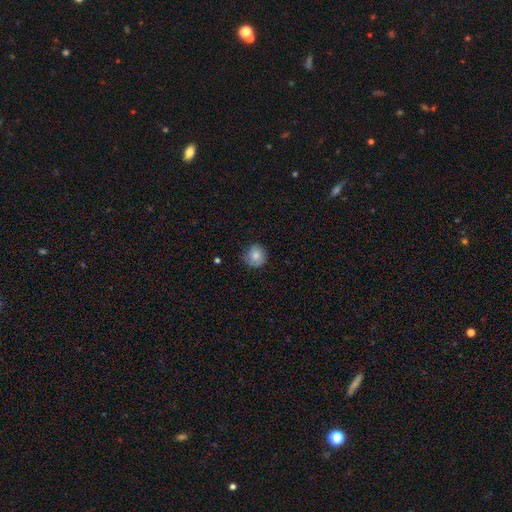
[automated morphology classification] smooth 72%, featured or disk 21%, star or artifact 7%. Down the decision tree: how rounded — round (88%); merging — none (71%).